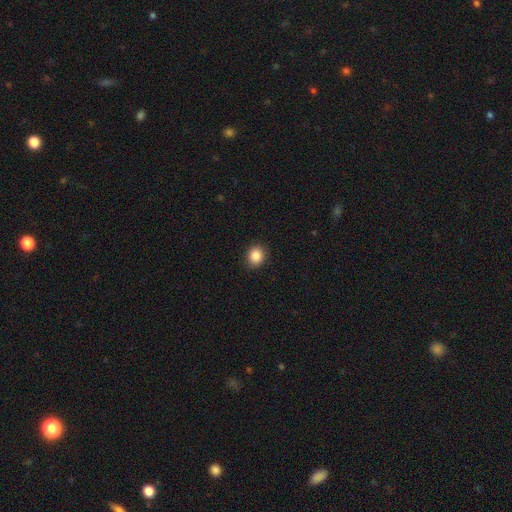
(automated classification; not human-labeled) Smooth or featured? Predicted: smooth (p=0.87). How rounded? Predicted: round (p=0.73). Merging? Predicted: none (p=0.89).